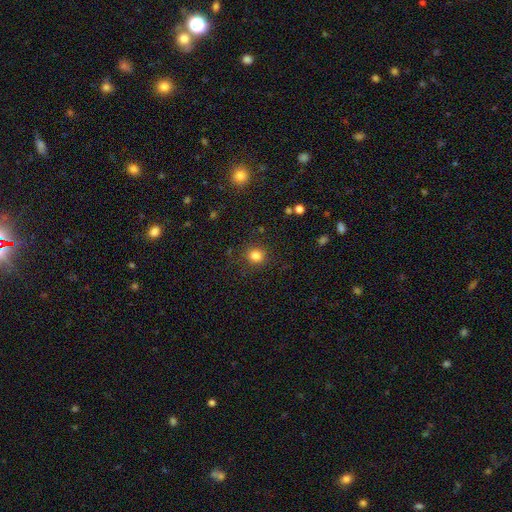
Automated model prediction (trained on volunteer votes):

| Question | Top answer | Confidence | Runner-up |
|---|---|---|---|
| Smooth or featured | smooth | 83% | star or artifact (12%) |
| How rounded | round | 86% | in between (13%) |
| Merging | none | 86% | minor disturbance (9%) |